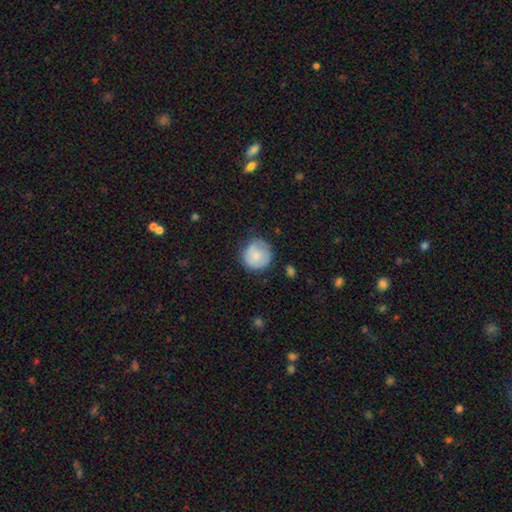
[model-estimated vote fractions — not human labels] Smooth or featured: smooth — 70% (featured or disk — 23%)
How rounded: round — 91% (in between — 8%)
Merging: none — 67% (minor disturbance — 25%)